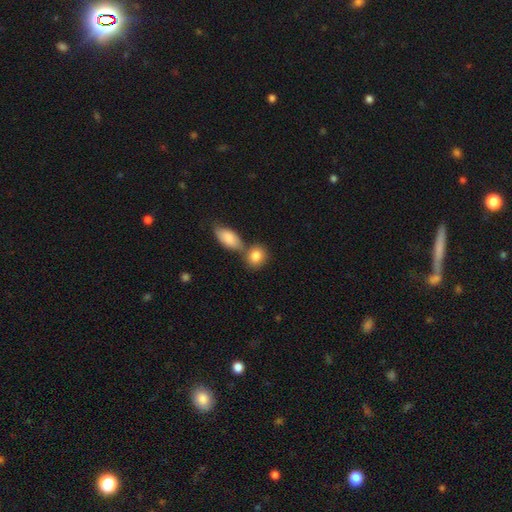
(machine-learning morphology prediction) This is clearly a smooth galaxy (84%). How rounded: possibly round (51%). Merging: possibly none (50%).